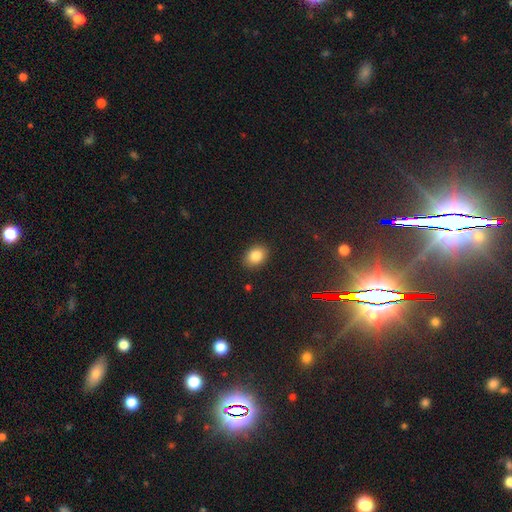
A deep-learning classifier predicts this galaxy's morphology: The model was most divided on "how rounded": in between: 60%, round: 39%, cigar-shaped: 1%. More confident: merging — none (89%); smooth or featured — smooth (84%).